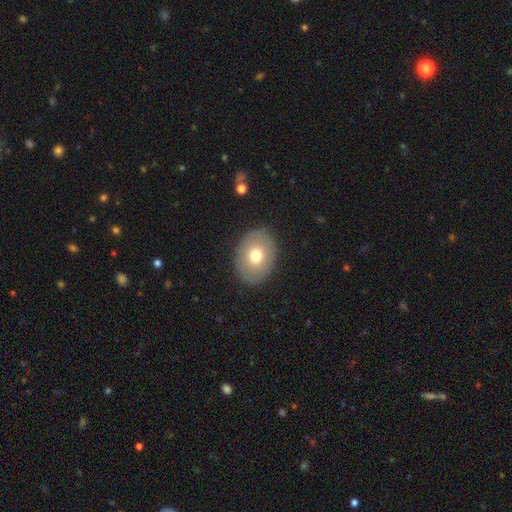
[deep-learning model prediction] Q: Smooth or featured?
A: smooth (70%); runner-up: featured or disk (22%)
Q: How rounded?
A: in between (68%); runner-up: round (31%)
Q: Merging?
A: none (88%); runner-up: minor disturbance (9%)